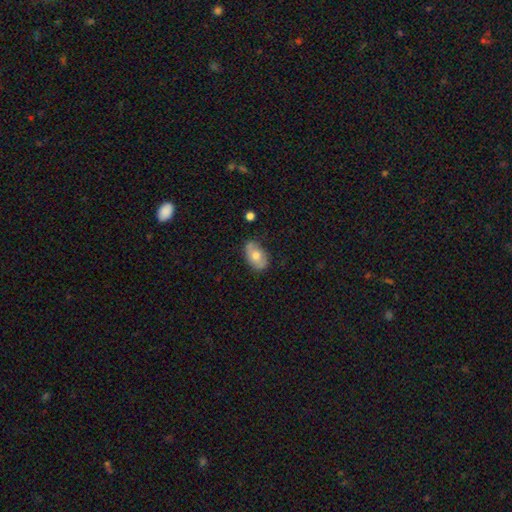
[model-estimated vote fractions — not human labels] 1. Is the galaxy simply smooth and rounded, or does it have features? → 65% smooth, 28% featured or disk, 7% star or artifact.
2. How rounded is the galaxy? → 90% in between, 8% round, 2% cigar-shaped.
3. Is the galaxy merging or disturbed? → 74% none, 20% minor disturbance, 4% major disturbance, 2% merger.